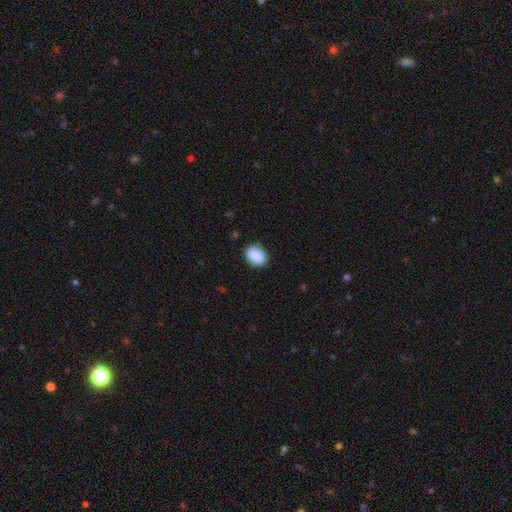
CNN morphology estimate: smooth-or-featured: smooth: 89% | star or artifact: 7% | featured or disk: 4%
  how-rounded: in between: 73% | round: 26% | cigar-shaped: 1%
  merging: none: 79% | minor disturbance: 16% | major disturbance: 3% | merger: 2%